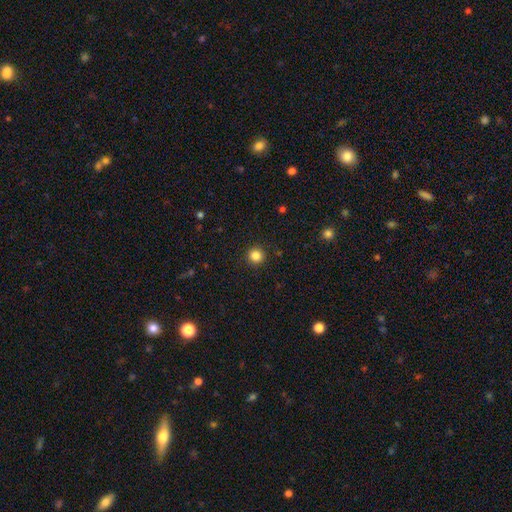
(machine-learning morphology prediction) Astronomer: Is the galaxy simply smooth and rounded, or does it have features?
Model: smooth — 85%.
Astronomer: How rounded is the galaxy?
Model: round — 94%.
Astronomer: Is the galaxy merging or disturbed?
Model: none — 92%.